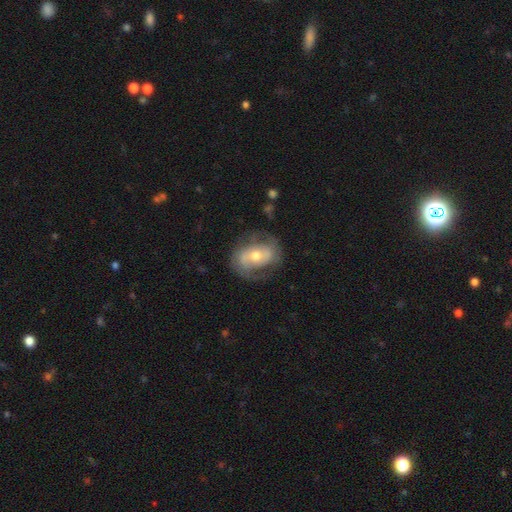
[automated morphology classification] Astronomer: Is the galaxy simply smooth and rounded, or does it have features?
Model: featured or disk — 66%.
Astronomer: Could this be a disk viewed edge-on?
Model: no — 95%.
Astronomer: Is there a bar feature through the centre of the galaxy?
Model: no — 45% (runner-up: weak, 33%).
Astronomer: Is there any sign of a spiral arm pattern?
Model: yes — 72%.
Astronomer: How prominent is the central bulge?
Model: moderate — 66%.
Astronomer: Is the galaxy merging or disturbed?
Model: none — 65%.